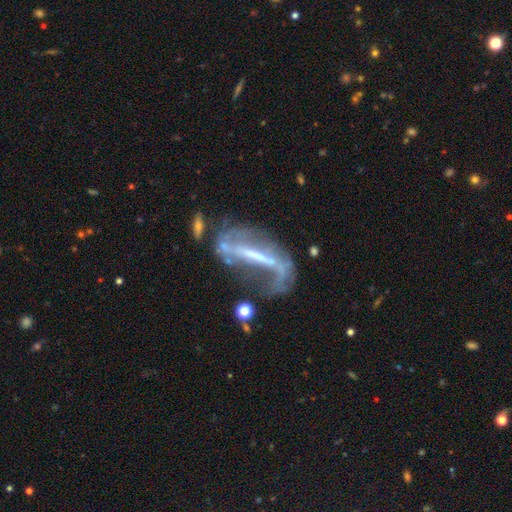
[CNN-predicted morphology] type=featured or disk (78%); edge-on=no (74%); bar=strong (69%); spiral arms=yes (66%); bulge=small (41%); merging=none (34%).